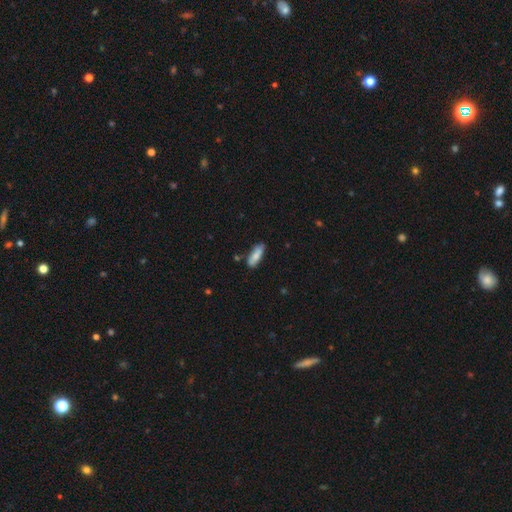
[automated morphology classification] smooth 81%, featured or disk 12%, star or artifact 6%. Down the decision tree: how rounded — in between (56%); merging — none (76%).